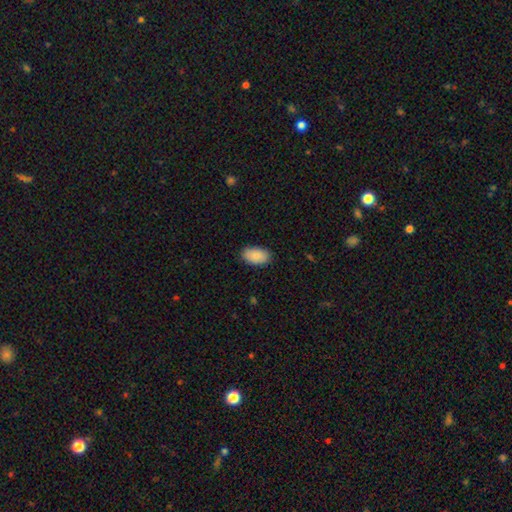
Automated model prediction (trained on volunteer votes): A smooth galaxy with no disk features (88%) that is in between round and cigar-shaped (94%). Merging: none (87%).